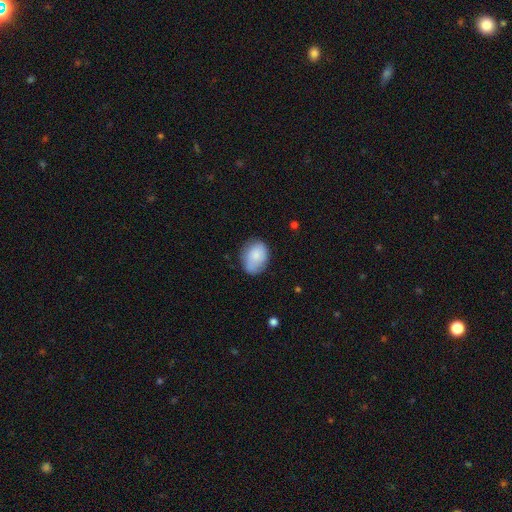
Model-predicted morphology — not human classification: Overall: smooth (79%). How rounded: in between (72%). Merging: none (66%; minor disturbance 26%).